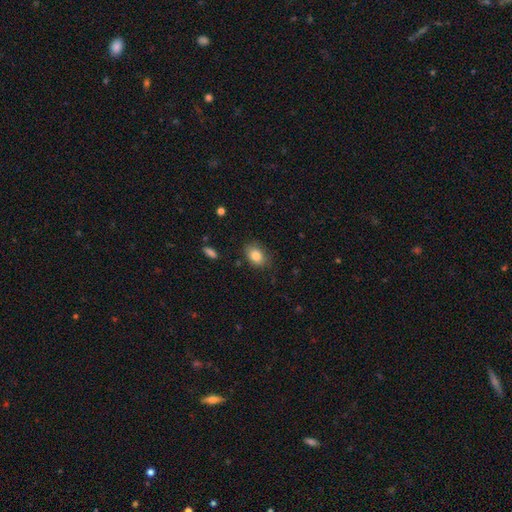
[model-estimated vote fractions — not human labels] The model was most divided on "how rounded": in between: 78%, round: 20%, cigar-shaped: 1%. More confident: smooth or featured — smooth (84%); merging — none (79%).